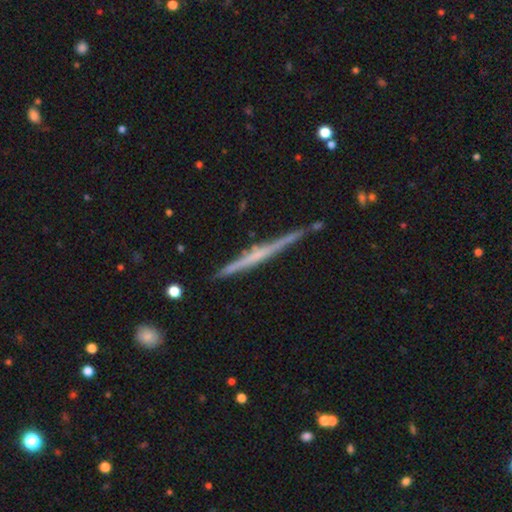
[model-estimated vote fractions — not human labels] A featured or disk galaxy (71%) viewed edge-on (98%) with no central bulge (63%).

Vote fractions:
- Smooth or featured? featured or disk: 71% / smooth: 23% / star or artifact: 6%
- Edge-on disk? yes: 98% / no: 2%
- Edge-on bulge? none: 63% / rounded: 25% / boxy: 12%
- Merging? none: 85% / minor disturbance: 11% / merger: 2% / major disturbance: 2%